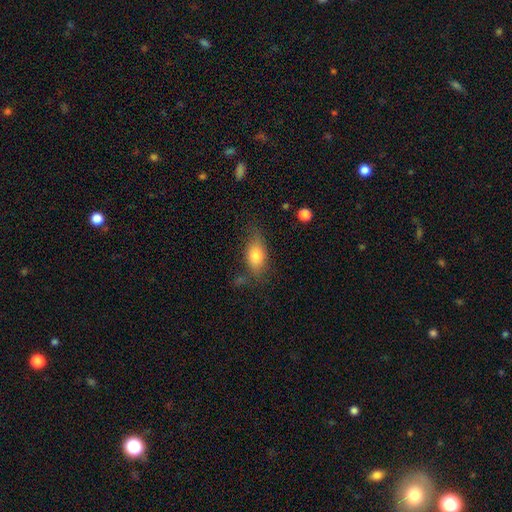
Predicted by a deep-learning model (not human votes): Smooth or featured? Predicted: smooth (p=0.75). How rounded? Predicted: in between (p=0.83). Merging? Predicted: none (p=0.66).